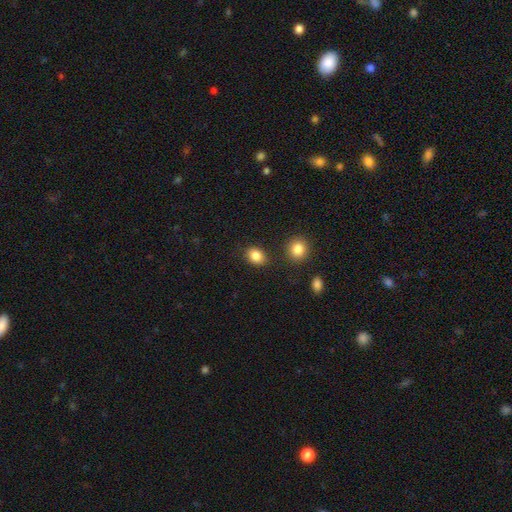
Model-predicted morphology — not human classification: A smooth galaxy with no disk features (85%) that is in between round and cigar-shaped (59%).

Vote fractions:
- Smooth or featured? smooth: 85% / star or artifact: 9% / featured or disk: 5%
- How rounded? in between: 59% / round: 40% / cigar-shaped: 1%
- Merging? none: 83% / minor disturbance: 9% / merger: 4% / major disturbance: 3%